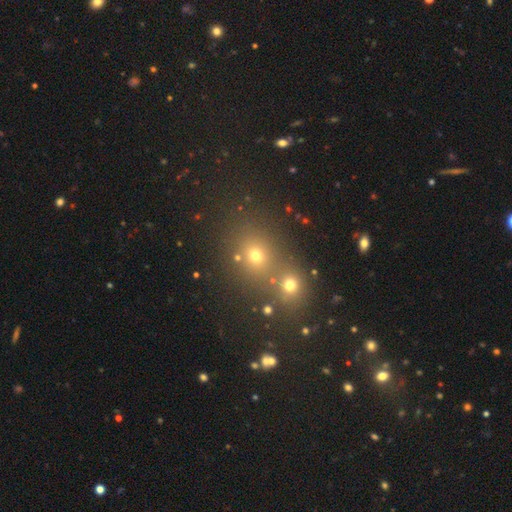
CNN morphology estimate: Smooth or featured? smooth (50%)
How rounded? round (72%)
Merging? none (55%)